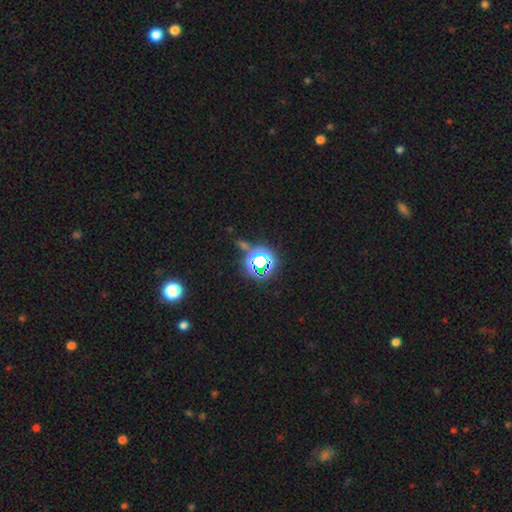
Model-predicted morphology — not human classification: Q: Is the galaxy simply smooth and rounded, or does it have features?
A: star or artifact — 74%.